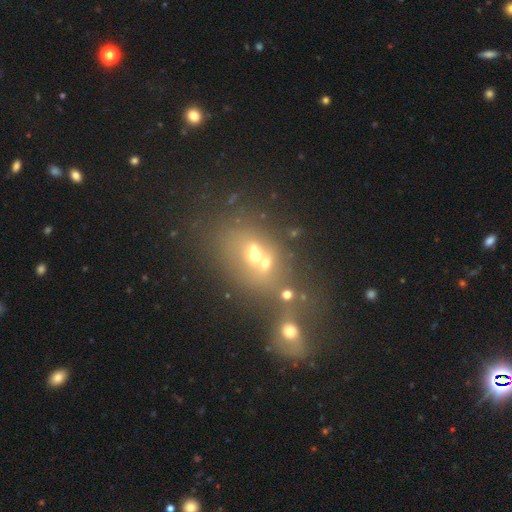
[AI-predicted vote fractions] smooth-or-featured: smooth: 47% | star or artifact: 28% | featured or disk: 25%
  merging: merger: 57% | none: 28% | minor disturbance: 8% | major disturbance: 7%